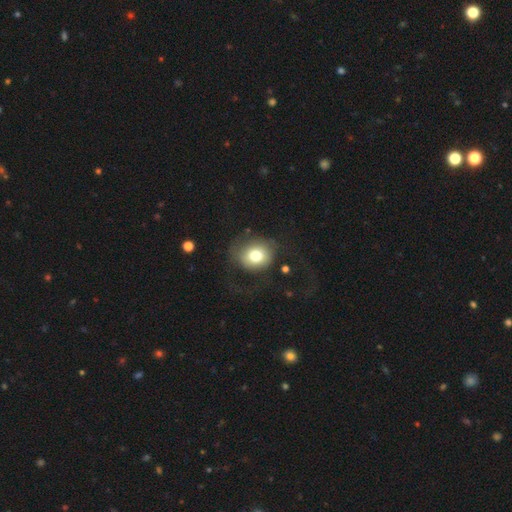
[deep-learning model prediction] A smooth galaxy with no disk features (73%) that is round (76%). Merging: none (53%).